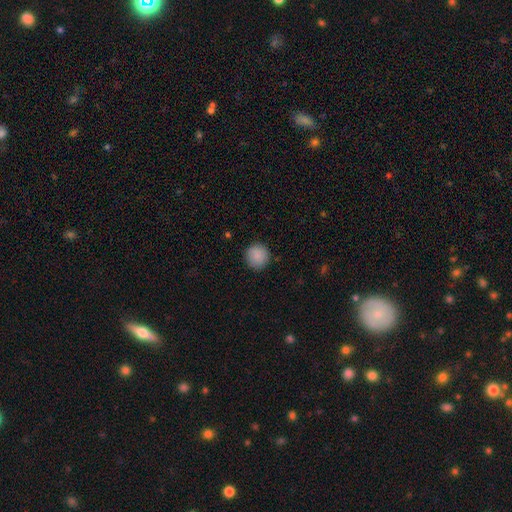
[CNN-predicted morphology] smooth-or-featured: smooth: 88% | star or artifact: 8% | featured or disk: 4%
  how-rounded: round: 94% | in between: 5% | cigar-shaped: 1%
  merging: none: 90% | minor disturbance: 7% | major disturbance: 2% | merger: 1%